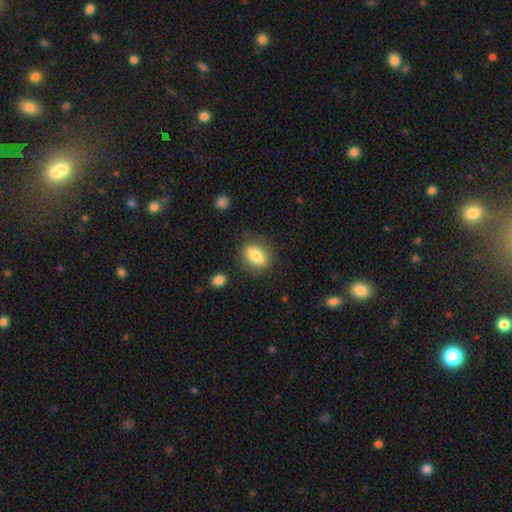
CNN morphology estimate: This is likely a smooth galaxy (79%). How rounded: possibly in between (60%). Merging: clearly none (82%).